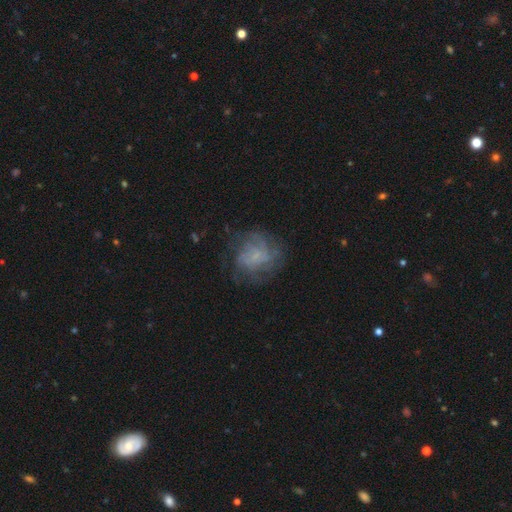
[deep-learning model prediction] A featured or disk galaxy (61%) with no bar (69%), spiral arms (76%) and a small central bulge (47%). Merging: none (66%).